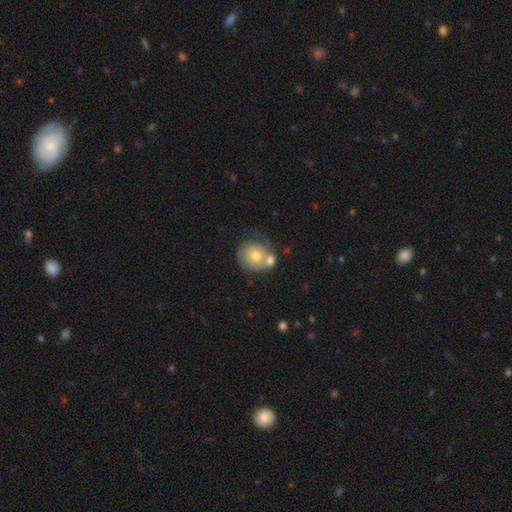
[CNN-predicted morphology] A smooth galaxy with no disk features (53%) that is round (81%). Merging: none (37%, tied with merger).